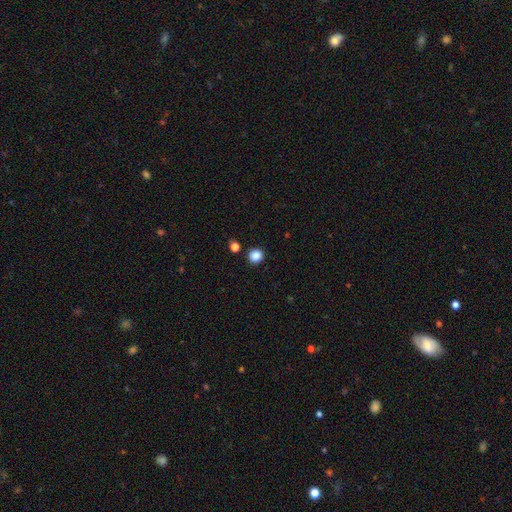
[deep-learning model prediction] A smooth galaxy with no disk features (86%) that is round (91%).

Vote fractions:
- Smooth or featured? smooth: 86% / star or artifact: 11% / featured or disk: 3%
- How rounded? round: 91% / in between: 8% / cigar-shaped: 1%
- Merging? none: 89% / minor disturbance: 6% / merger: 4% / major disturbance: 2%